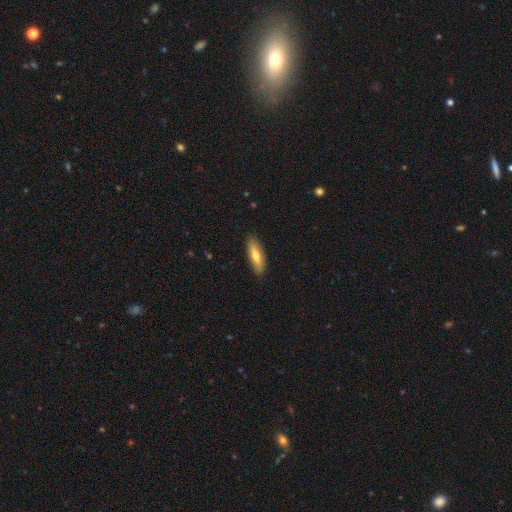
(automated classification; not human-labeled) smooth-or-featured: smooth: 66% | featured or disk: 28% | star or artifact: 6%
  how-rounded: cigar-shaped: 56% | in between: 42% | round: 2%
  merging: none: 88% | minor disturbance: 9% | major disturbance: 2% | merger: 1%